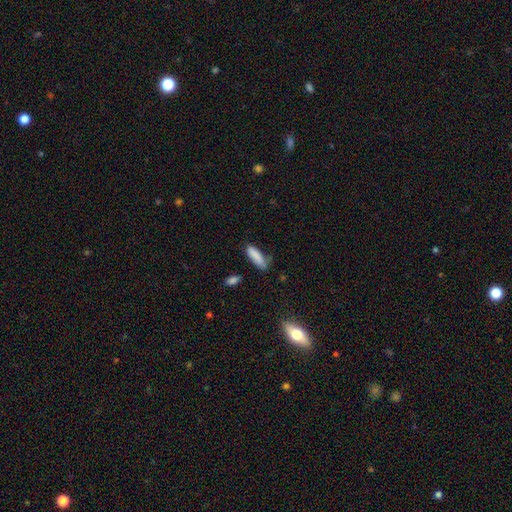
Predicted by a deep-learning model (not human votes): Smooth or featured? Predicted: smooth (p=0.87). How rounded? Predicted: cigar-shaped (p=0.52). Merging? Predicted: none (p=0.69).